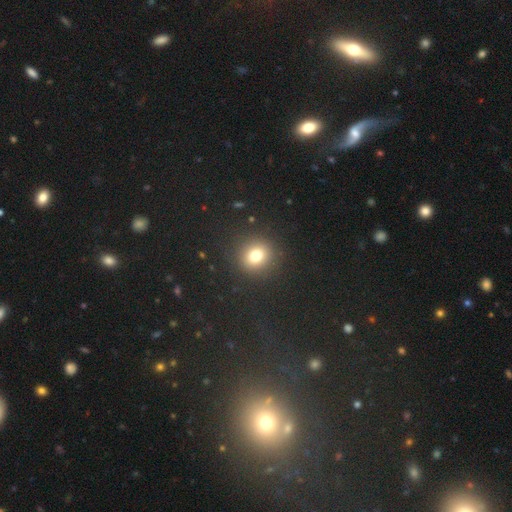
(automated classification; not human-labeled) This appears to be a smooth galaxy with no disk features (76%) that is round (87%). Merging: none (90%).